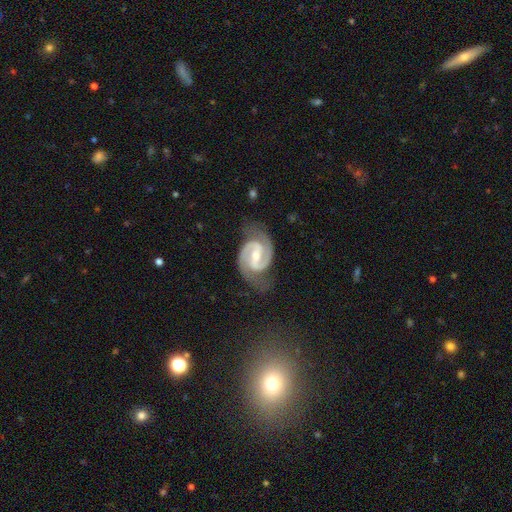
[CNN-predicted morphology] Smooth or featured?
  - featured or disk: 93% *
  - star or artifact: 4%
  - smooth: 3%
Edge-on disk?
  - no: 98% *
  - yes: 2%
Bar?
  - strong: 48% *
  - weak: 40%
  - no: 12%
Spiral arms?
  - yes: 98% *
  - no: 2%
Spiral winding?
  - medium: 56% *
  - tight: 34%
  - loose: 10%
Spiral arm count?
  - 2: 94% *
  - can't tell: 2%
  - 3: 1%
  - 1: 1%
  - 4: 1%
  - more than 4: 1%
Bulge size?
  - moderate: 50% *
  - small: 46%
  - large: 2%
  - none: 2%
  - dominant: 1%
Merging?
  - none: 74% *
  - minor disturbance: 18%
  - major disturbance: 7%
  - merger: 1%